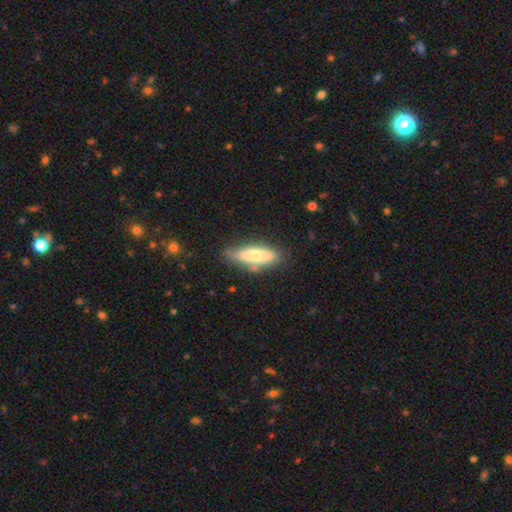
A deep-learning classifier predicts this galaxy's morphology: type=smooth (60%); roundness=cigar-shaped (59%); merging=none (72%).